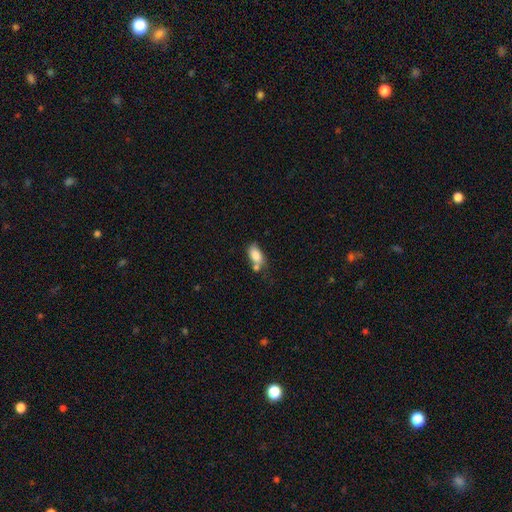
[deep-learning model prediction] Smooth or featured?
  - smooth: 82% *
  - featured or disk: 10%
  - star or artifact: 8%
How rounded?
  - in between: 89% *
  - round: 6%
  - cigar-shaped: 5%
Merging?
  - none: 40% *
  - merger: 30%
  - minor disturbance: 21%
  - major disturbance: 9%